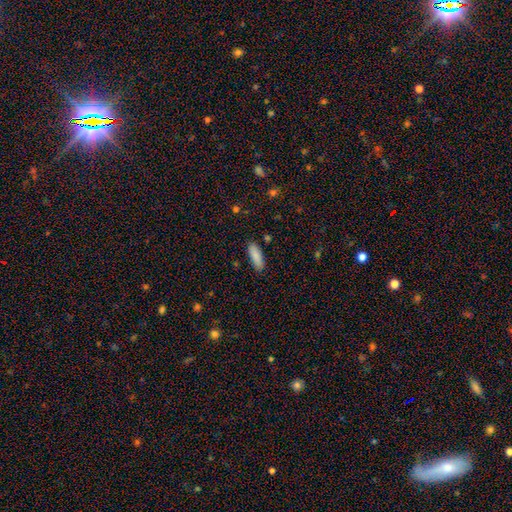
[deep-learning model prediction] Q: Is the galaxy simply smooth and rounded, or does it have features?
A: smooth — 88%.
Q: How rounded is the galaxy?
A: in between — 62%.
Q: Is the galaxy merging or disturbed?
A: none — 86%.